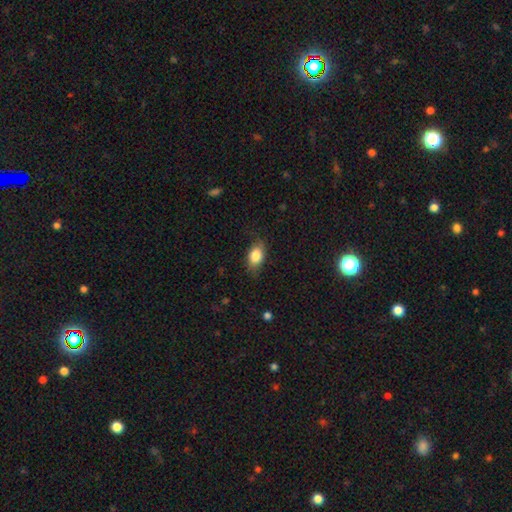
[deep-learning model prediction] Smooth or featured? smooth (82%)
How rounded? in between (85%)
Merging? none (74%)